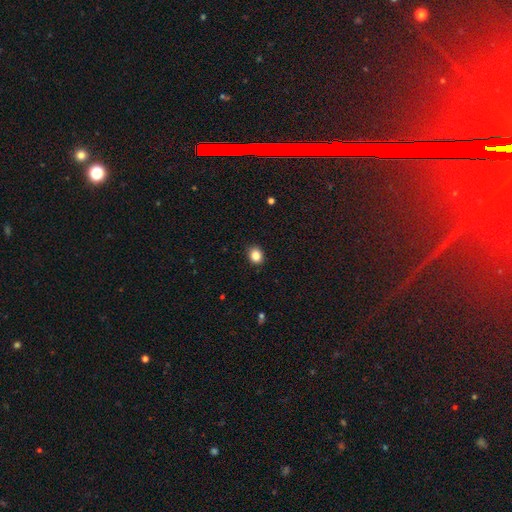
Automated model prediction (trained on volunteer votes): Q: Smooth or featured?
A: smooth (85%); runner-up: star or artifact (10%)
Q: How rounded?
A: round (67%); runner-up: in between (33%)
Q: Merging?
A: none (91%); runner-up: minor disturbance (7%)